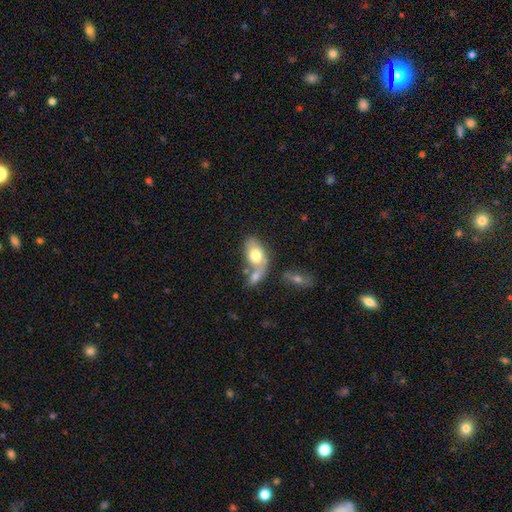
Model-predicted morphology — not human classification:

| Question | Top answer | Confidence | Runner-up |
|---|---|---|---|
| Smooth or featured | smooth | 71% | featured or disk (23%) |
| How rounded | in between | 88% | round (10%) |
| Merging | merger | 51% | none (29%) |